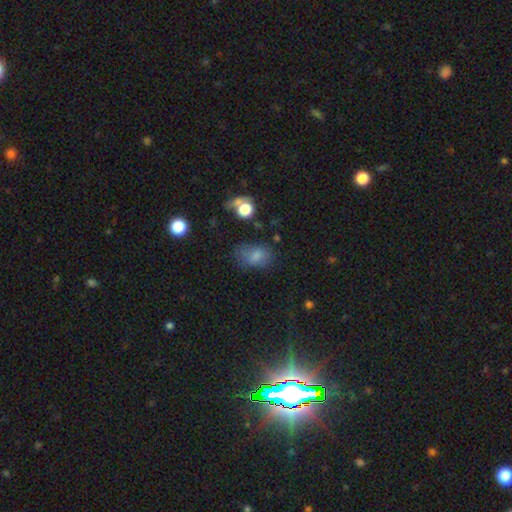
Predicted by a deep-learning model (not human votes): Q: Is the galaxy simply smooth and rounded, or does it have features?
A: smooth — 75%.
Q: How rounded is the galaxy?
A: in between — 80%.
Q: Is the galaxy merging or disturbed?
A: none — 55%.